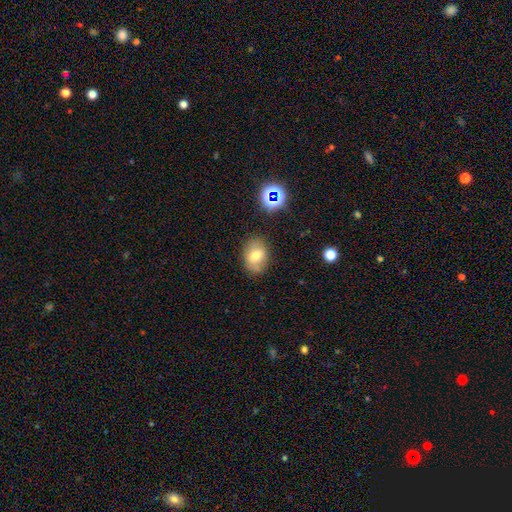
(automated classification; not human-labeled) smooth-or-featured: smooth: 69% | featured or disk: 19% | star or artifact: 13%
  how-rounded: in between: 69% | round: 30% | cigar-shaped: 1%
  merging: none: 77% | minor disturbance: 16% | major disturbance: 4% | merger: 3%